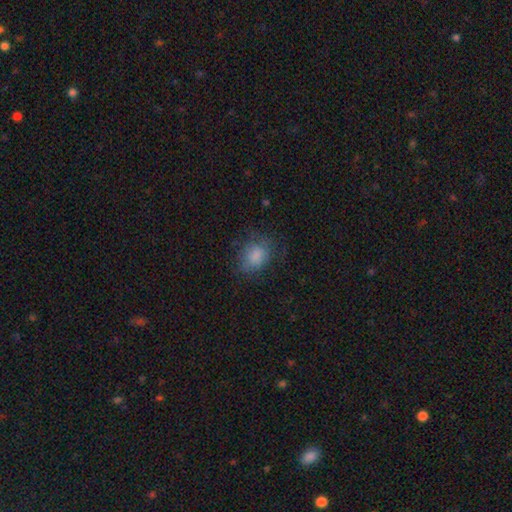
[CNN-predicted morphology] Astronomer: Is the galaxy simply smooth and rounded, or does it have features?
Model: smooth — 79%.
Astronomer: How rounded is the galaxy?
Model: in between — 51% (runner-up: round, 48%).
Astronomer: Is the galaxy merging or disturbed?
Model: none — 64%.